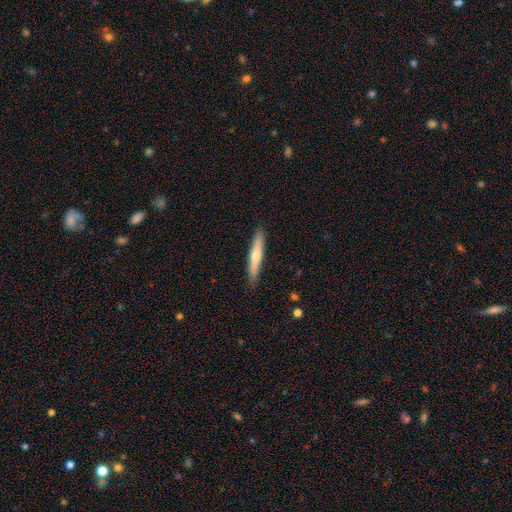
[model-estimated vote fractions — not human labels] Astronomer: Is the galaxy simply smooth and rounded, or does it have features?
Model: smooth — 52% (runner-up: featured or disk, 43%).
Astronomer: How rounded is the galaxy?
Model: cigar-shaped — 92%.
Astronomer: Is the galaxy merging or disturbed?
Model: none — 89%.